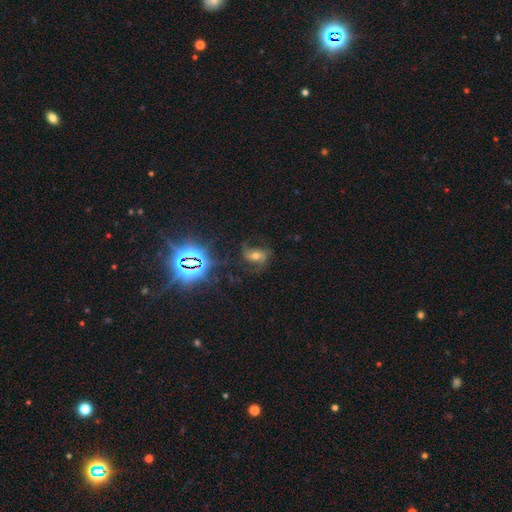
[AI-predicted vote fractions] smooth-or-featured: featured or disk: 62% | star or artifact: 23% | smooth: 15%
  disk-edge-on: no: 96% | yes: 4%
    bar: no: 46% | weak: 31% | strong: 24%
    has-spiral-arms: yes: 91% | no: 9%
      spiral-winding: loose: 48% | medium: 39% | tight: 12%
      spiral-arm-count: 2: 75% | can't tell: 8% | 3: 7% | 1: 6% | 4: 2% | more than 4: 2%
    bulge-size: moderate: 66% | small: 22% | large: 9% | none: 2% | dominant: 2%
  merging: none: 62% | minor disturbance: 19% | major disturbance: 17% | merger: 2%